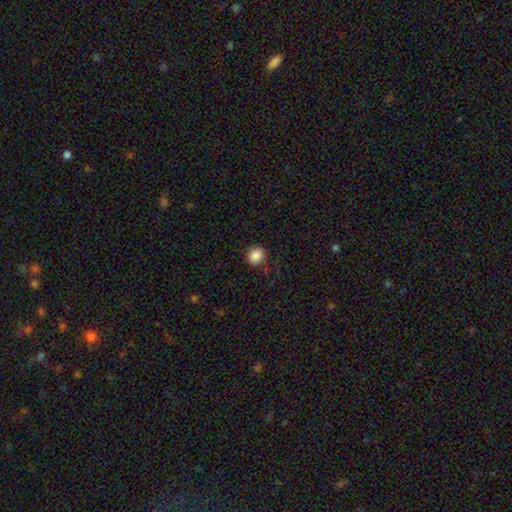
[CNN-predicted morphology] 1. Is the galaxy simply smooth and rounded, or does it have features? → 87% smooth, 10% star or artifact, 4% featured or disk.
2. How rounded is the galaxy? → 85% round, 14% in between, 1% cigar-shaped.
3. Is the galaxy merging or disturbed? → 86% none, 10% minor disturbance, 3% major disturbance, 2% merger.